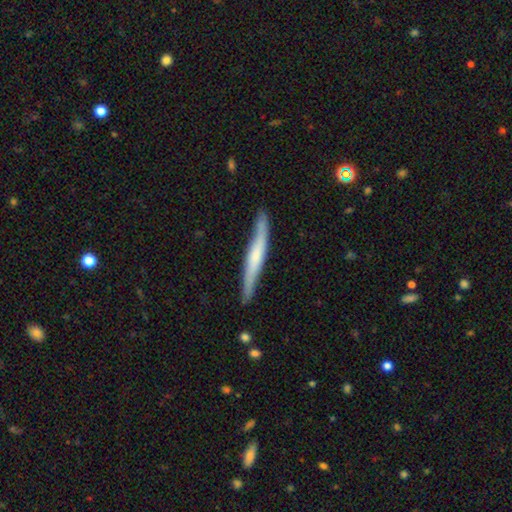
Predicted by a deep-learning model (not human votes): Overall: featured or disk (52%; smooth 43%). Edge-on disk: yes (90%). Merging: none (83%).